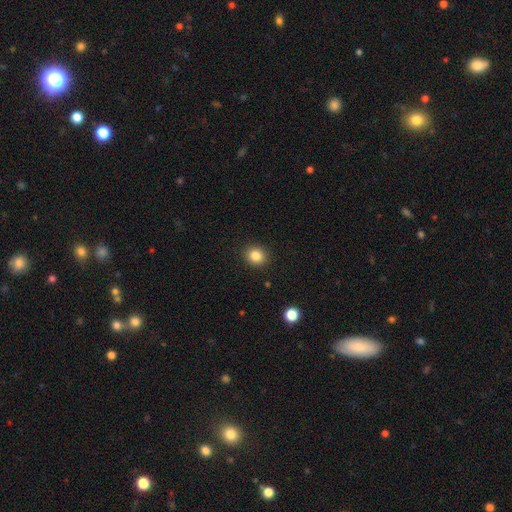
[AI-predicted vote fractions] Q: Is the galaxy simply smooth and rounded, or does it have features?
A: smooth — 84%.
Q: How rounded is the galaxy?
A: round — 80%.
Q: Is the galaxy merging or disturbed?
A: none — 91%.